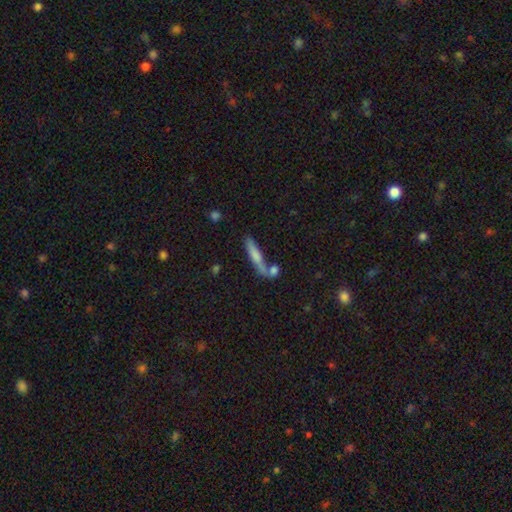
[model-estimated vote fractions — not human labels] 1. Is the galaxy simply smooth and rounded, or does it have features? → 63% smooth, 29% featured or disk, 7% star or artifact.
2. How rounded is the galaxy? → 86% cigar-shaped, 11% in between, 2% round.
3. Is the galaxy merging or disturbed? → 55% none, 24% merger, 14% minor disturbance, 6% major disturbance.